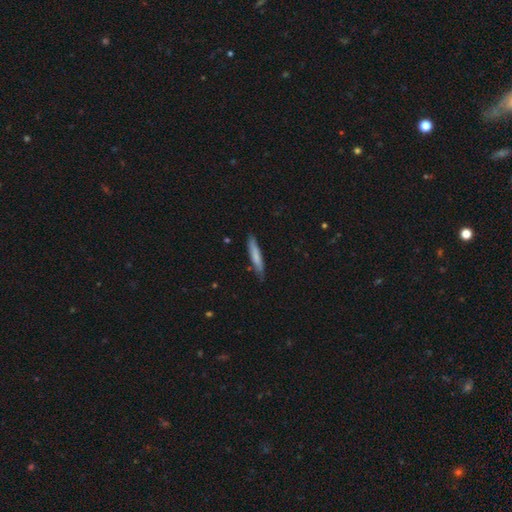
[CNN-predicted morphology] Q: Smooth or featured?
A: smooth (73%); runner-up: featured or disk (22%)
Q: How rounded?
A: cigar-shaped (91%); runner-up: in between (8%)
Q: Merging?
A: none (82%); runner-up: minor disturbance (14%)